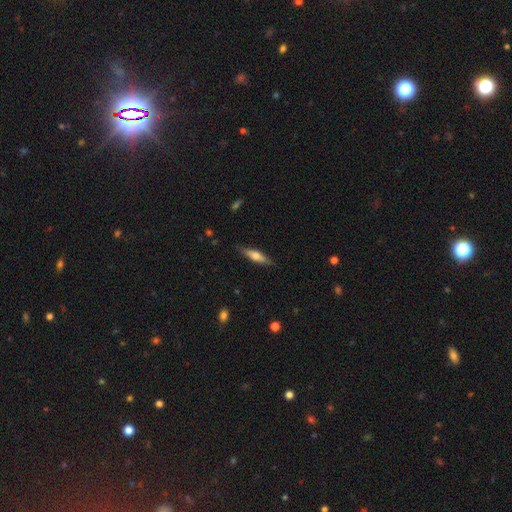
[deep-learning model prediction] smooth_or_featured: smooth (p=0.49) [alt: featured or disk p=0.45]
merging: none (p=0.85) [alt: minor disturbance p=0.11]